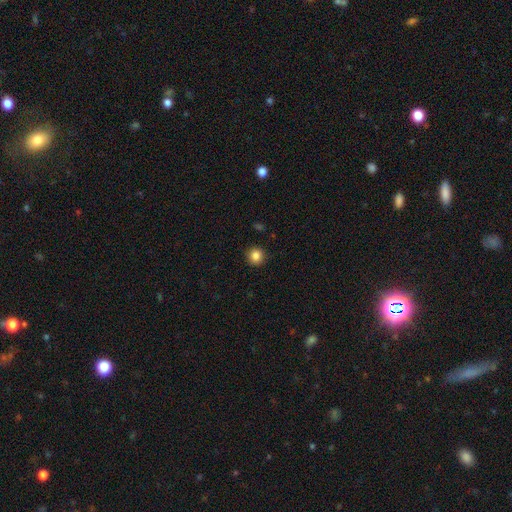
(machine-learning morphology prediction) A smooth galaxy with no disk features (85%) that is round (94%). Merging: none (91%).